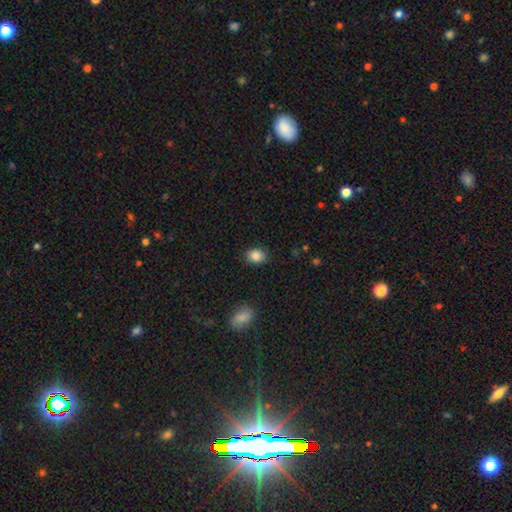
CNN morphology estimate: smooth-or-featured: smooth: 87% | star or artifact: 9% | featured or disk: 4%
  how-rounded: in between: 61% | round: 38% | cigar-shaped: 1%
  merging: none: 85% | minor disturbance: 11% | major disturbance: 3% | merger: 1%